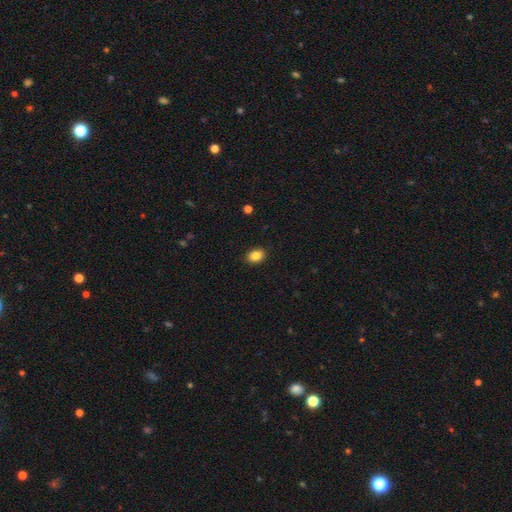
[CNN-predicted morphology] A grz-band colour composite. It shows a smooth galaxy with no disk features (86%) that is in between round and cigar-shaped (62%). Merging: none (90%).